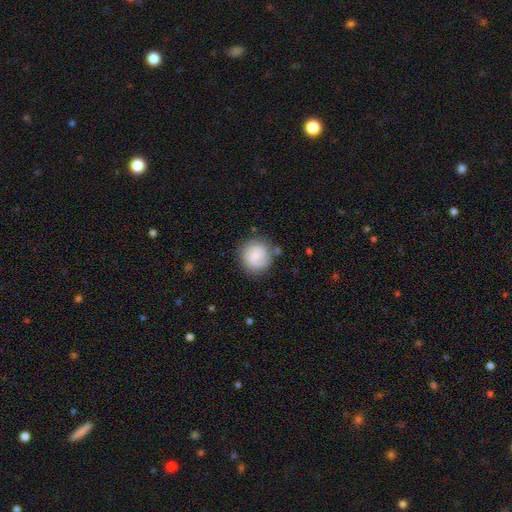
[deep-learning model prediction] This is likely a smooth galaxy (69%). How rounded: clearly round (91%). Merging: likely none (76%).